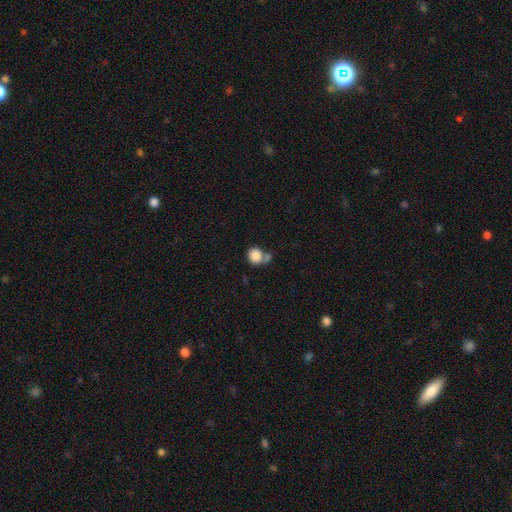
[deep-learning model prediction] A smooth galaxy with no disk features (85%) that is round (78%). Merging: none (43%).